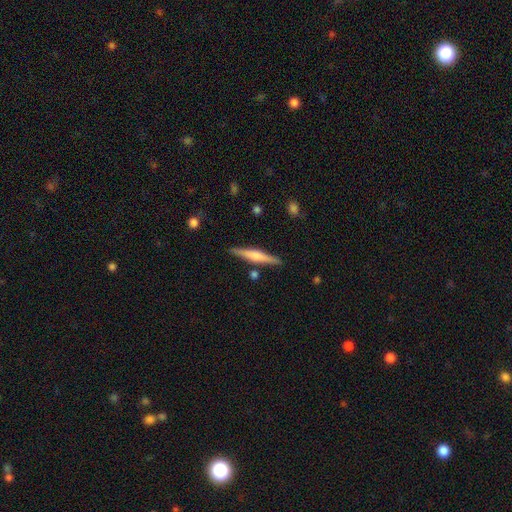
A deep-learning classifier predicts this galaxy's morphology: This is possibly a featured or disk galaxy (54%). It is clearly viewed edge-on (97%). Edge-on bulge: likely rounded (66%). Merging: clearly none (87%).